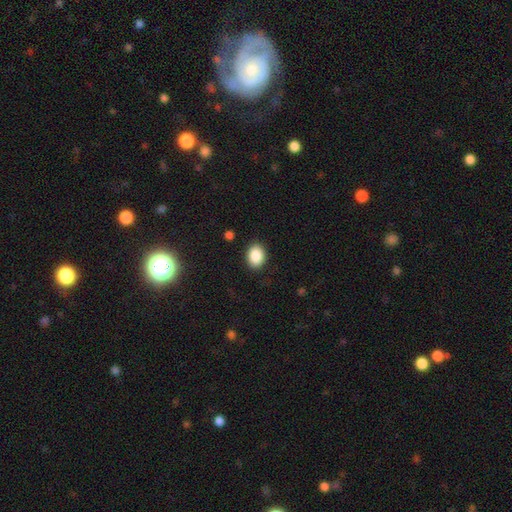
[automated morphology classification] Overall: smooth (88%). How rounded: in between (68%; round 32%). Merging: none (89%).